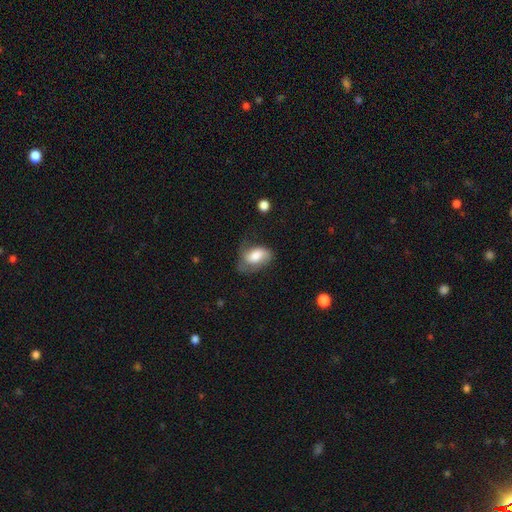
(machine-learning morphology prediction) The model was most divided on "merging": none: 40%, minor disturbance: 32%, major disturbance: 26%, merger: 3%. More confident: how rounded — in between (88%); smooth or featured — smooth (58%).